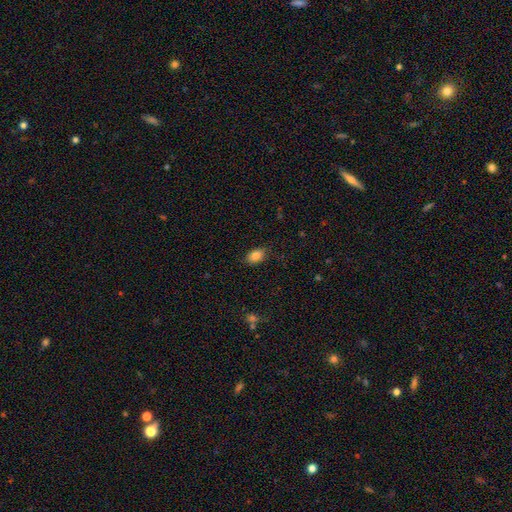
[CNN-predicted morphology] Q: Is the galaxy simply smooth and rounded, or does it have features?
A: smooth — 85%.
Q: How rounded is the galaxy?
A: in between — 86%.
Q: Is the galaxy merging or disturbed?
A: none — 82%.